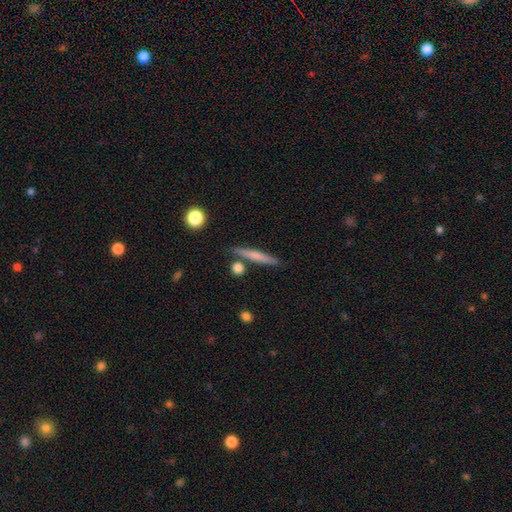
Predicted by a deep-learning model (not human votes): A smooth galaxy with no disk features (61%) that is cigar-shaped (92%). Merging: none (80%).